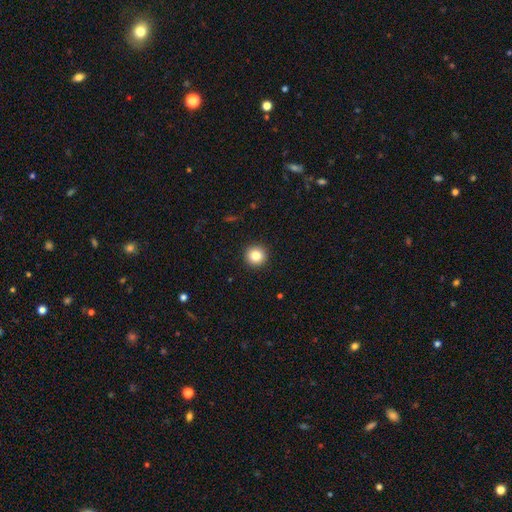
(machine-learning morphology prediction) Overall: smooth (84%). How rounded: round (95%). Merging: none (93%).